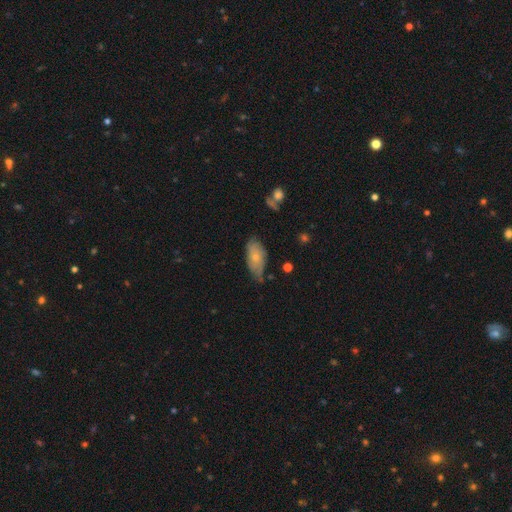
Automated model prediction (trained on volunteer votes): This is likely a smooth galaxy (67%). How rounded: clearly in between (90%). Merging: possibly none (57%).